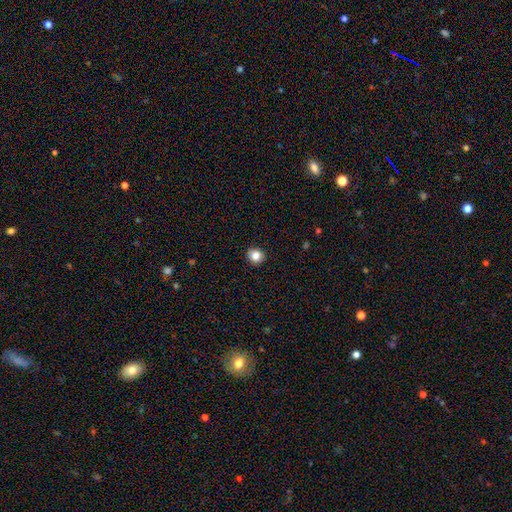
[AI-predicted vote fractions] smooth 83%, star or artifact 11%, featured or disk 6%. Down the decision tree: how rounded — round (85%); merging — none (92%).